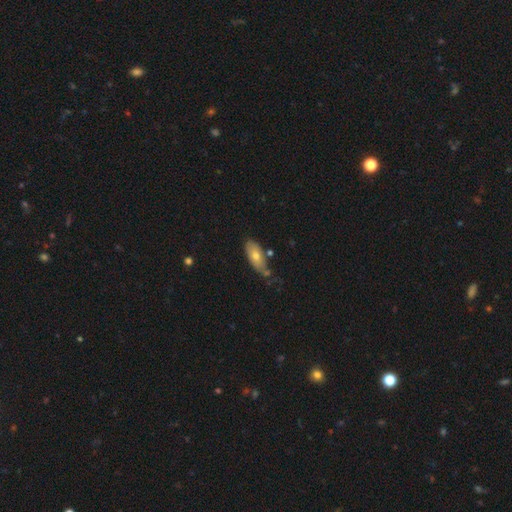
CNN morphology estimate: Overall: smooth (68%). How rounded: in between (82%). Merging: none (58%; minor disturbance 27%).